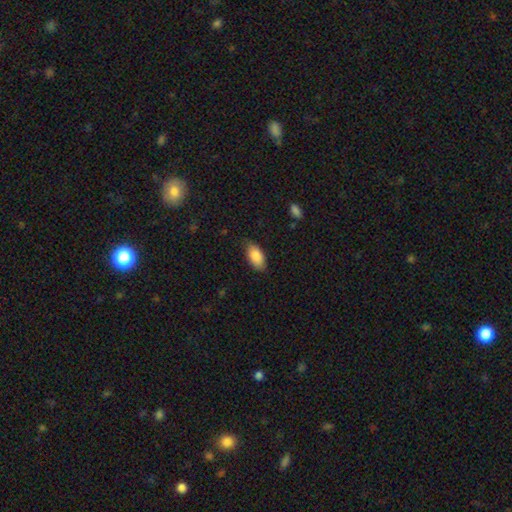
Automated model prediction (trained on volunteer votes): Smooth or featured? smooth (87%)
How rounded? in between (93%)
Merging? none (80%)